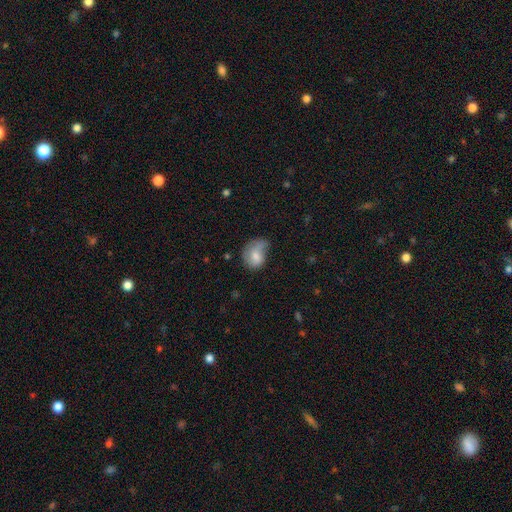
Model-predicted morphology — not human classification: smooth 70%, featured or disk 22%, star or artifact 8%. Down the decision tree: how rounded — in between (58%); merging — minor disturbance (37%).